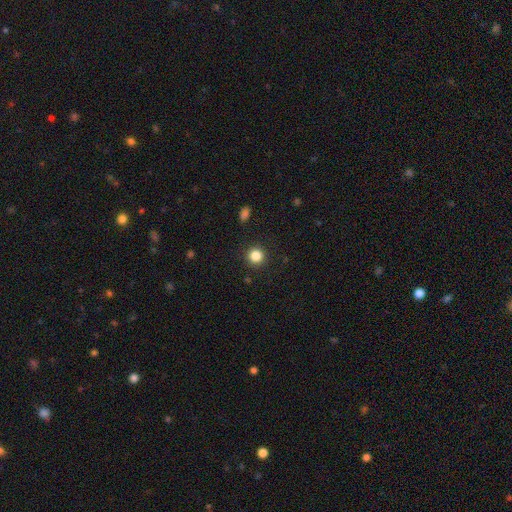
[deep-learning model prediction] Smooth or featured? Predicted: smooth (p=0.84). How rounded? Predicted: round (p=0.94). Merging? Predicted: none (p=0.92).